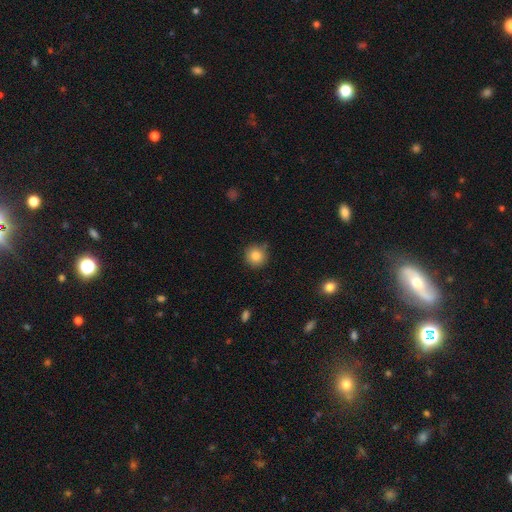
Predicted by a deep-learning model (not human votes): This appears to be a smooth galaxy with no disk features (83%) that is round (94%). Merging: none (86%).